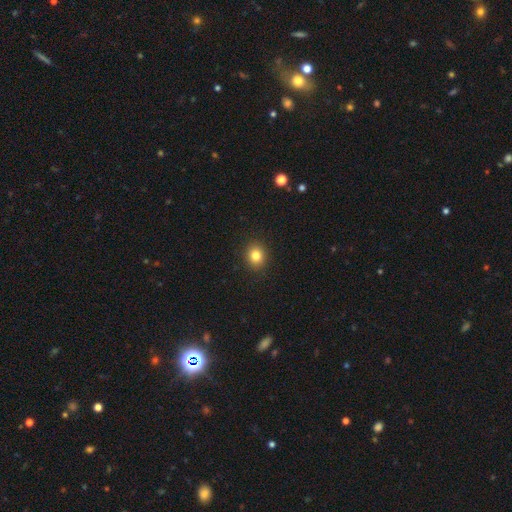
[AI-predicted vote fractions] Smooth or featured?
  - smooth: 81% *
  - star or artifact: 12%
  - featured or disk: 7%
How rounded?
  - round: 75% *
  - in between: 24%
  - cigar-shaped: 1%
Merging?
  - none: 91% *
  - minor disturbance: 6%
  - major disturbance: 2%
  - merger: 1%